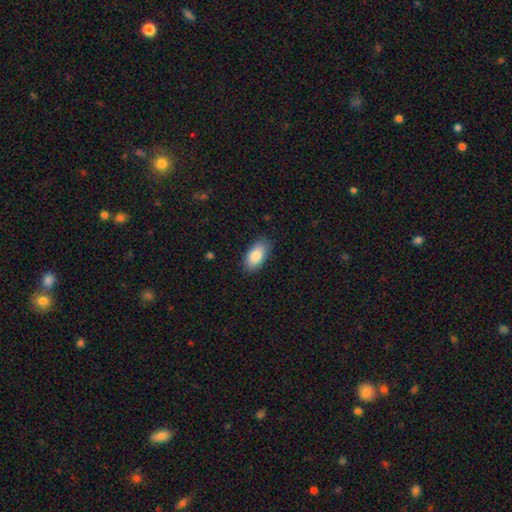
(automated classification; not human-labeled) Overall: smooth (86%). How rounded: in between (94%). Merging: none (85%).